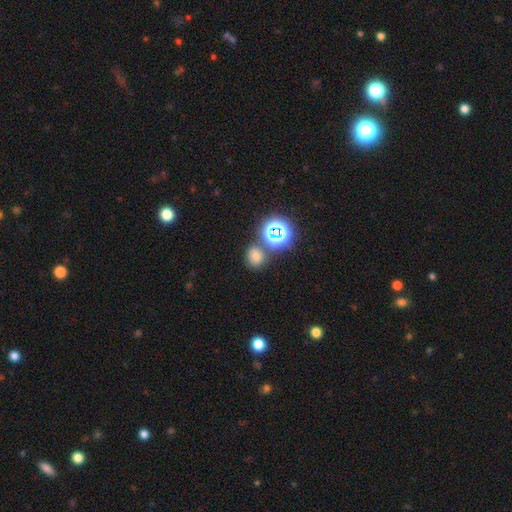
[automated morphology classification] Overall: smooth (63%; star or artifact 30%). How rounded: round (57%; in between 42%). Merging: none (71%).